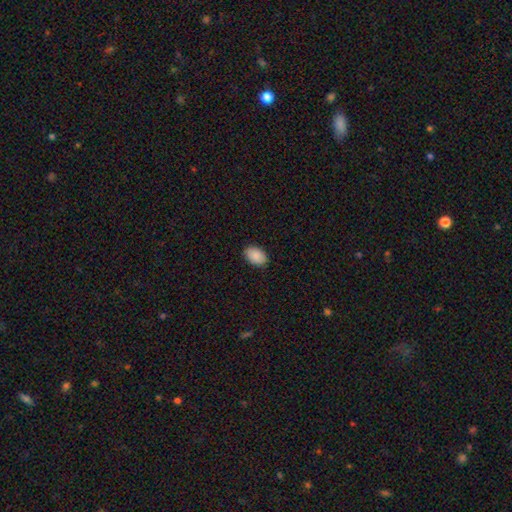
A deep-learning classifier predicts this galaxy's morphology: Overall: smooth (90%). How rounded: in between (90%). Merging: none (89%).